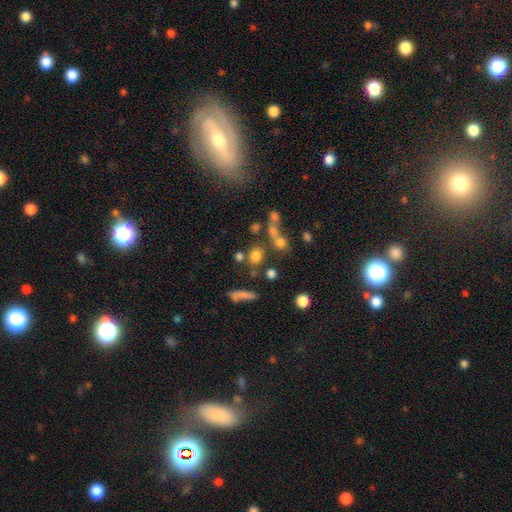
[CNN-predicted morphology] Smooth or featured? Predicted: smooth (p=0.71). How rounded? Predicted: round (p=0.67). Merging? Predicted: none (p=0.60).